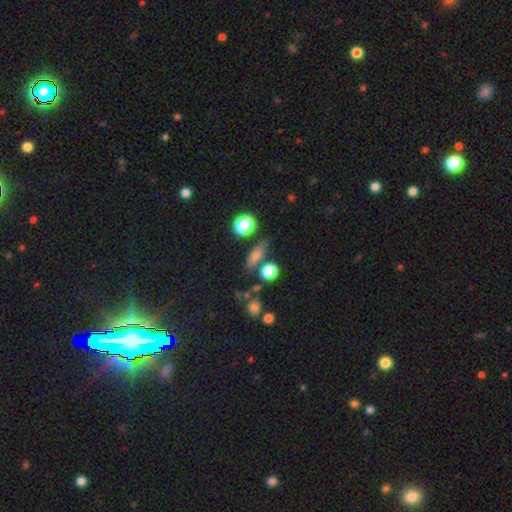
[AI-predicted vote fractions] smooth_or_featured: smooth (p=0.69) [alt: featured or disk p=0.16]
how_rounded: in between (p=0.48) [alt: cigar-shaped p=0.34]
merging: none (p=0.74) [alt: minor disturbance p=0.13]